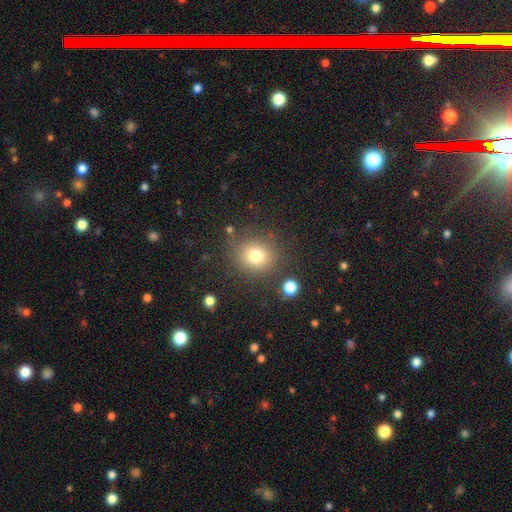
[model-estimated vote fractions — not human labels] smooth 77%, star or artifact 14%, featured or disk 9%. Down the decision tree: how rounded — round (84%); merging — none (82%).